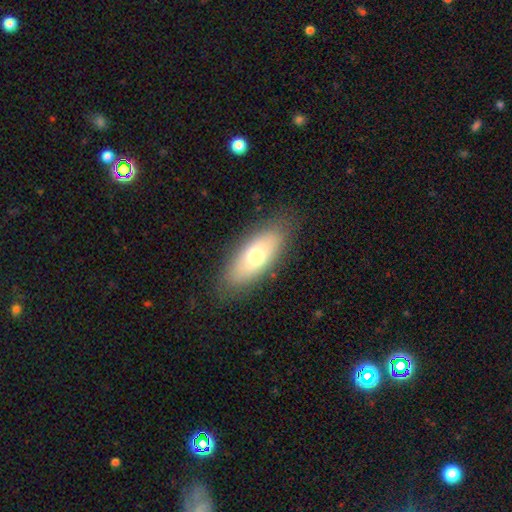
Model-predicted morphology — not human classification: smooth 66%, featured or disk 27%, star or artifact 7%. Down the decision tree: how rounded — in between (77%); merging — none (84%).